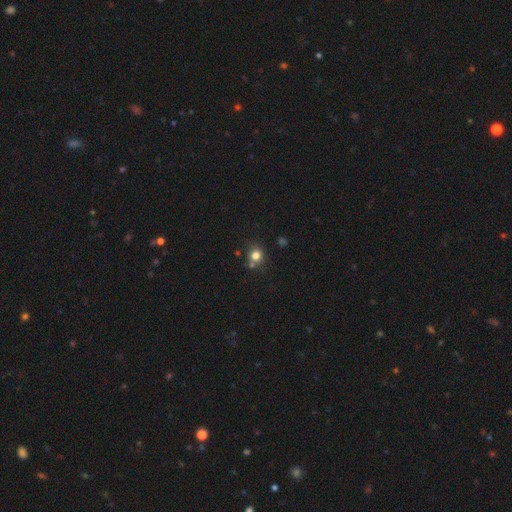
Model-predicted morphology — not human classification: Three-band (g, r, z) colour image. It shows a smooth galaxy with no disk features (78%) that is round (82%). Merging: none (68%).